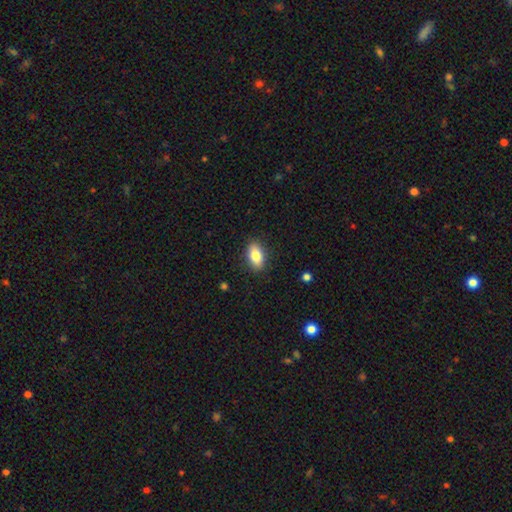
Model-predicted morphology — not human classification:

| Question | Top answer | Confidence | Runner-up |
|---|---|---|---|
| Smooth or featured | smooth | 80% | featured or disk (12%) |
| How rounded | in between | 88% | round (7%) |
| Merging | none | 88% | minor disturbance (9%) |